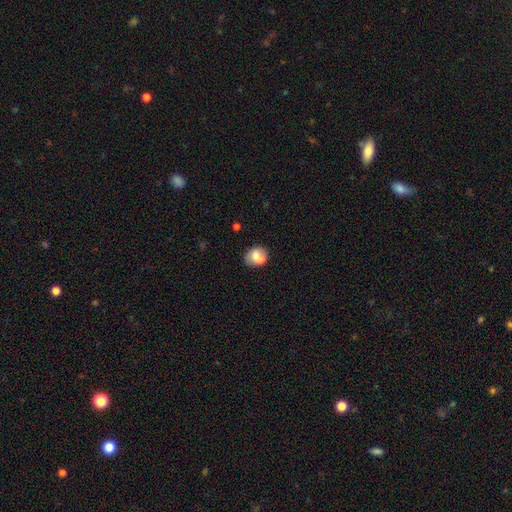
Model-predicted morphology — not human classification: The model was most divided on "how rounded": round: 55%, in between: 44%, cigar-shaped: 1%. Remaining: smooth or featured — smooth (68%); merging — none (48%).